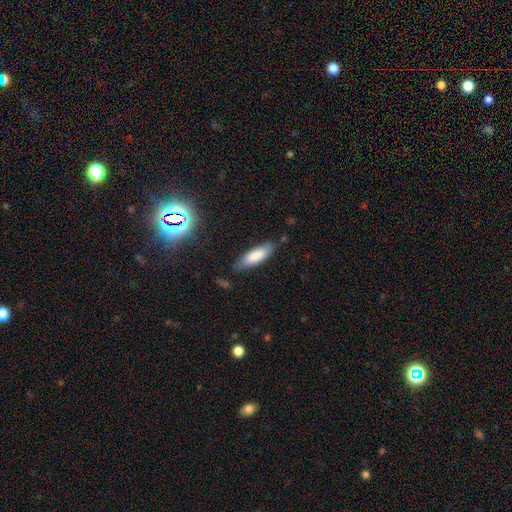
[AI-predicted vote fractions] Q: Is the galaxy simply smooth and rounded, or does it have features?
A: smooth — 82%.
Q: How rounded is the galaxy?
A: in between — 54%.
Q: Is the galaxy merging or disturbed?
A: none — 77%.